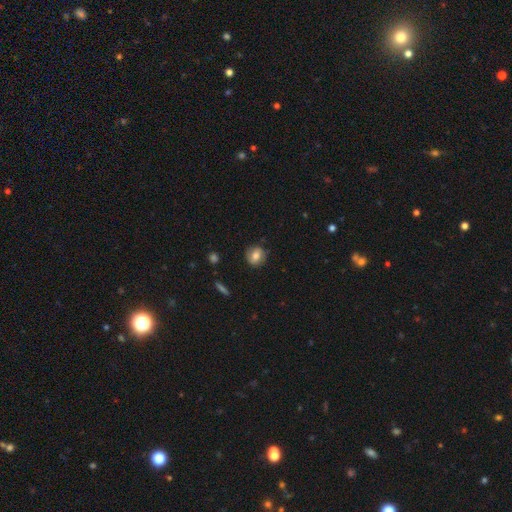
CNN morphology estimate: A smooth galaxy with no disk features (69%) that is round (79%). Merging: none (83%).